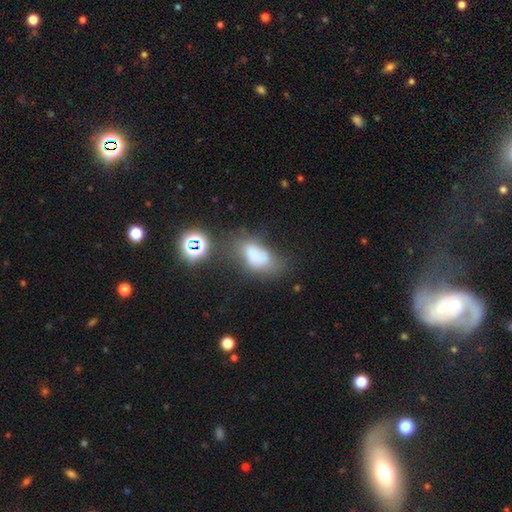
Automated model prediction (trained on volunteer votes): Overall: smooth (64%). How rounded: in between (87%). Merging: none (30%; major disturbance 28%).